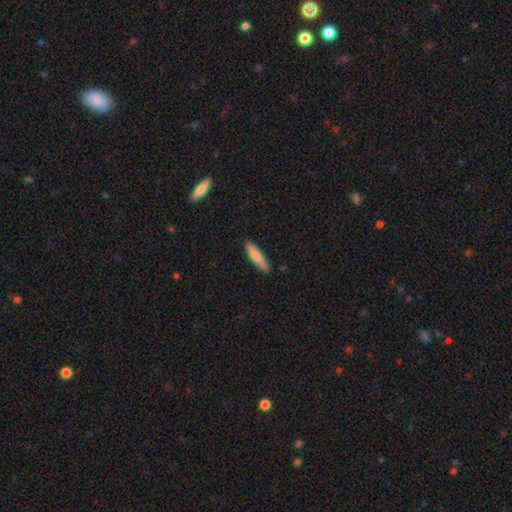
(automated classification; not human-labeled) Q: Smooth or featured?
A: smooth (74%); runner-up: featured or disk (21%)
Q: How rounded?
A: cigar-shaped (81%); runner-up: in between (17%)
Q: Merging?
A: none (86%); runner-up: minor disturbance (11%)